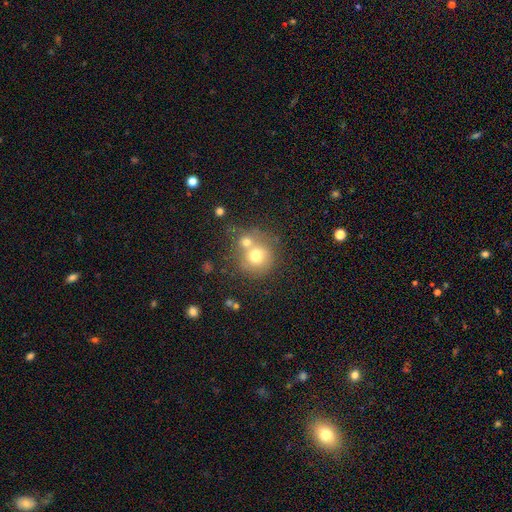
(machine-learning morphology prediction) Smooth or featured?
  - smooth: 68% *
  - featured or disk: 22%
  - star or artifact: 11%
How rounded?
  - round: 86% *
  - in between: 13%
  - cigar-shaped: 1%
Merging?
  - merger: 46% *
  - none: 38%
  - minor disturbance: 10%
  - major disturbance: 6%